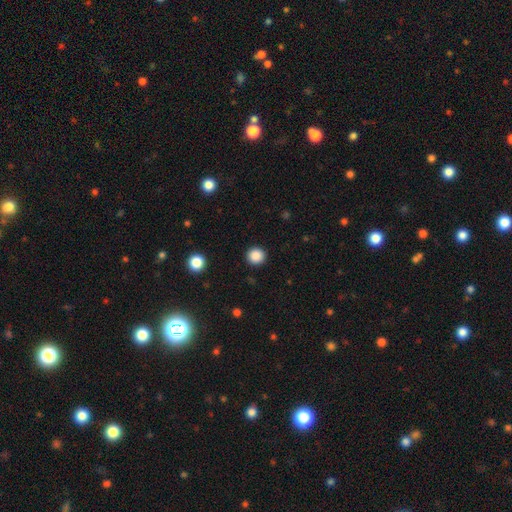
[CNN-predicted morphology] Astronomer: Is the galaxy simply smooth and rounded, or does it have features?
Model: smooth — 87%.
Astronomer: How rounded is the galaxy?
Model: round — 94%.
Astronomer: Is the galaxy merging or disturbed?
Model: none — 92%.